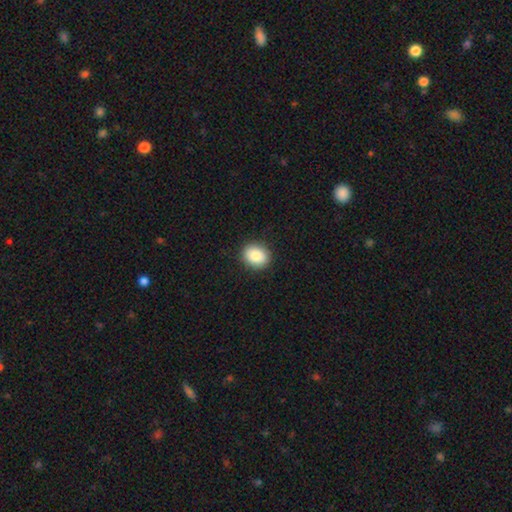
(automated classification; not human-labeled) The model was most divided on "how rounded": round: 60%, in between: 39%, cigar-shaped: 1%. More confident: merging — none (89%); smooth or featured — smooth (86%).